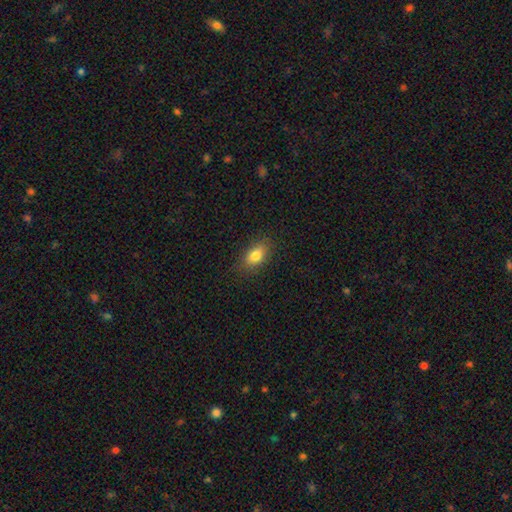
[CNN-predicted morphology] A smooth galaxy with no disk features (81%) that is in between round and cigar-shaped (84%).

Vote fractions:
- Smooth or featured? smooth: 81% / featured or disk: 10% / star or artifact: 9%
- How rounded? in between: 84% / round: 12% / cigar-shaped: 5%
- Merging? none: 85% / minor disturbance: 11% / major disturbance: 3% / merger: 1%